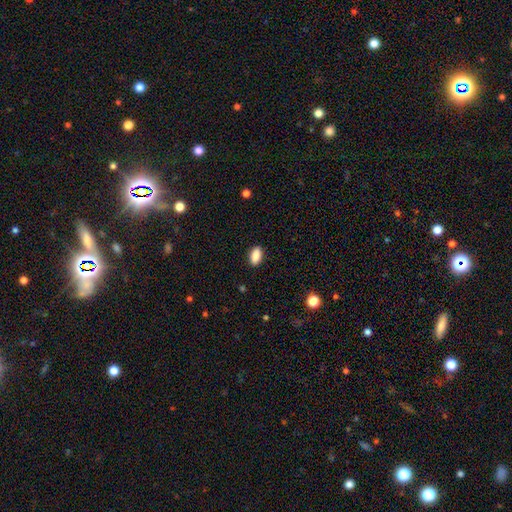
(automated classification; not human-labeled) Morphology: type=smooth (88%); roundness=in between (91%); merging=none (89%).